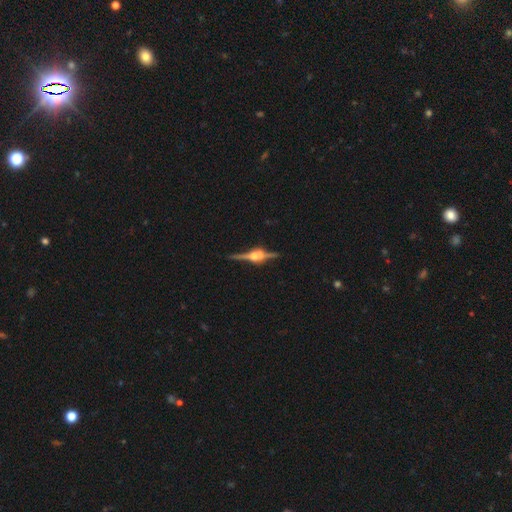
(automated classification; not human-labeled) Smooth or featured: featured or disk — 86% (smooth — 7%)
Edge-on disk: yes — 98% (no — 2%)
Edge-on bulge: rounded — 89% (boxy — 9%)
Merging: none — 84% (minor disturbance — 10%)